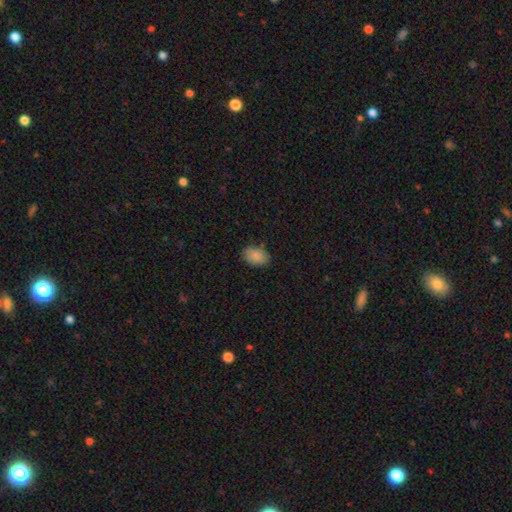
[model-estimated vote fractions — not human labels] Smooth or featured?
  - smooth: 88% *
  - star or artifact: 8%
  - featured or disk: 4%
How rounded?
  - in between: 83% *
  - round: 16%
  - cigar-shaped: 1%
Merging?
  - none: 83% *
  - minor disturbance: 13%
  - major disturbance: 3%
  - merger: 1%